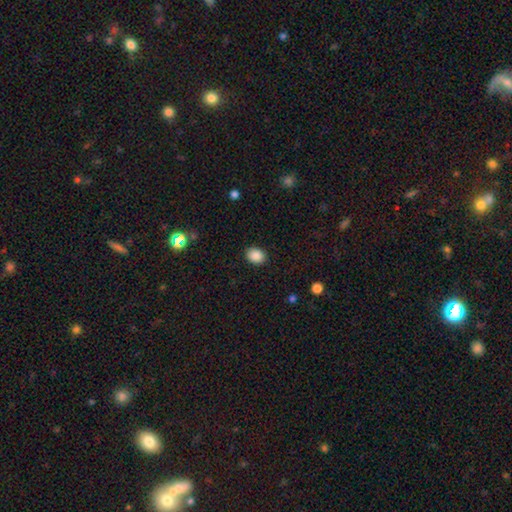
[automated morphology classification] Smooth or featured?
  - smooth: 88% *
  - star or artifact: 9%
  - featured or disk: 3%
How rounded?
  - round: 52% *
  - in between: 47%
  - cigar-shaped: 1%
Merging?
  - none: 90% *
  - minor disturbance: 7%
  - major disturbance: 2%
  - merger: 1%